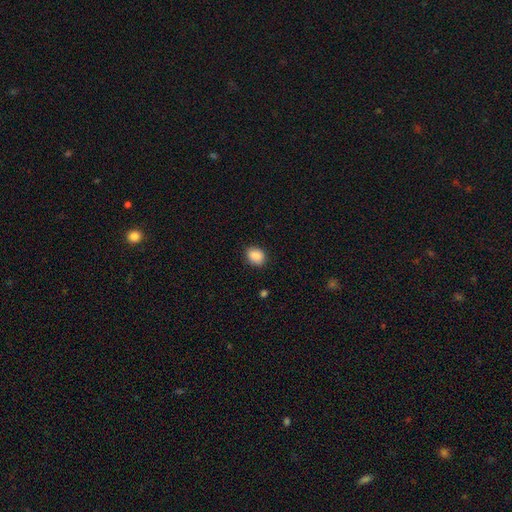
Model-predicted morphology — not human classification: Smooth or featured? smooth (88%)
How rounded? in between (58%)
Merging? none (86%)